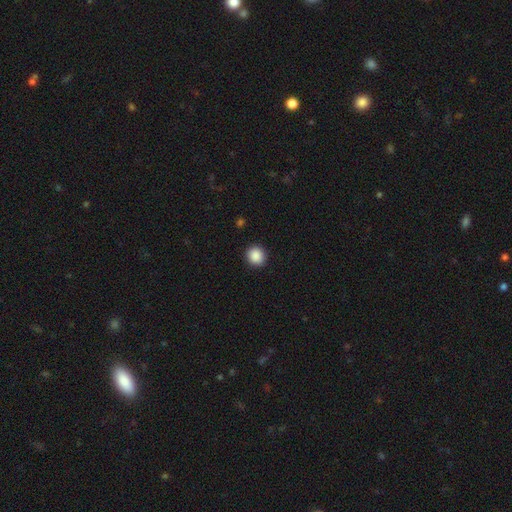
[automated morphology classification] smooth_or_featured: smooth (p=0.89) [alt: star or artifact p=0.09]
how_rounded: round (p=0.90) [alt: in between p=0.09]
merging: none (p=0.92) [alt: minor disturbance p=0.05]